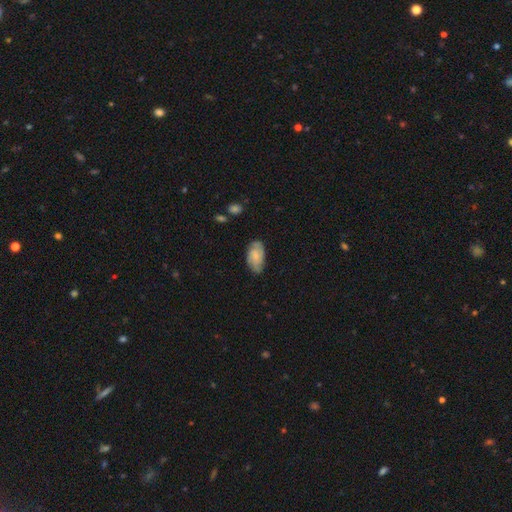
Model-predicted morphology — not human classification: type=smooth (48%); merging=none (68%).